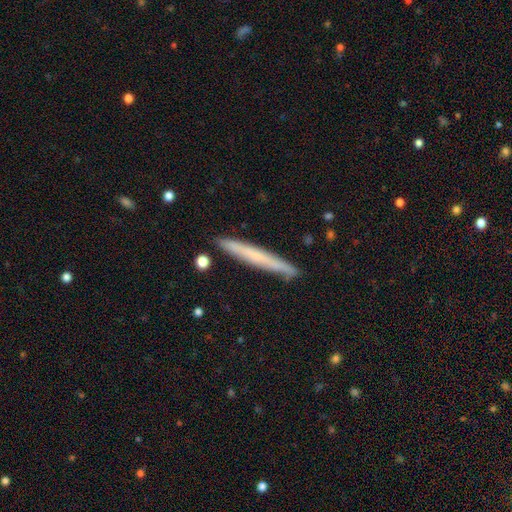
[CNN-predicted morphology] A smooth galaxy with no disk features (54%) that is cigar-shaped (97%).

Vote fractions:
- Smooth or featured? smooth: 54% / featured or disk: 39% / star or artifact: 7%
- How rounded? cigar-shaped: 97% / in between: 2% / round: 1%
- Merging? none: 89% / minor disturbance: 8% / merger: 2% / major disturbance: 1%